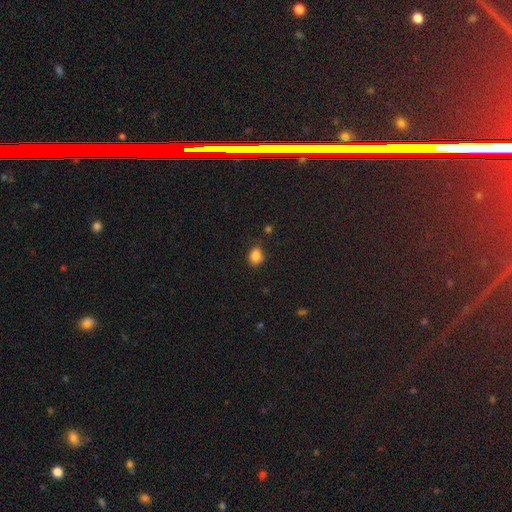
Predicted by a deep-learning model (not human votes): The model was most divided on "how rounded": round: 55%, in between: 44%, cigar-shaped: 1%. More confident: smooth or featured — smooth (84%); merging — none (73%).